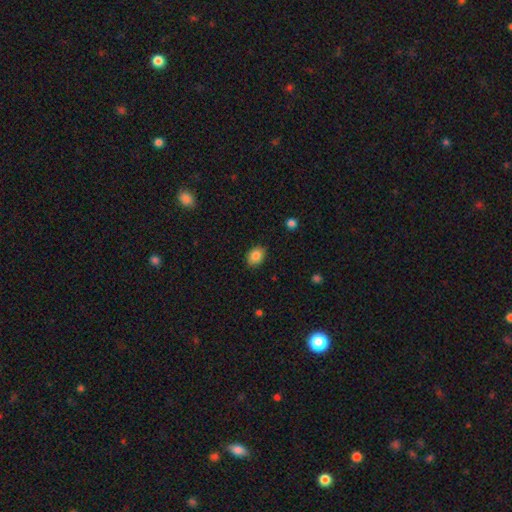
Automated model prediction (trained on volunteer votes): Q: Smooth or featured?
A: smooth (85%); runner-up: star or artifact (9%)
Q: How rounded?
A: in between (67%); runner-up: round (32%)
Q: Merging?
A: none (86%); runner-up: minor disturbance (10%)